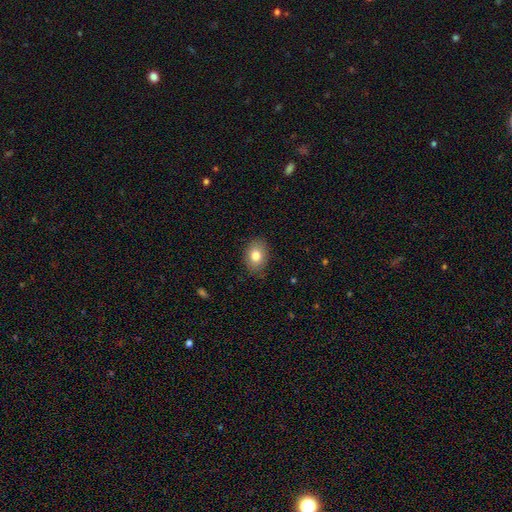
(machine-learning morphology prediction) Overall: smooth (81%). How rounded: in between (71%). Merging: none (84%).